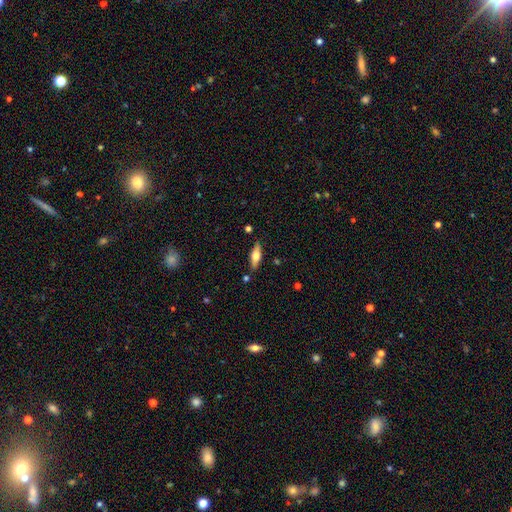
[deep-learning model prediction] smooth-or-featured: smooth: 48% | featured or disk: 46% | star or artifact: 6%
  merging: none: 85% | minor disturbance: 10% | merger: 3% | major disturbance: 2%